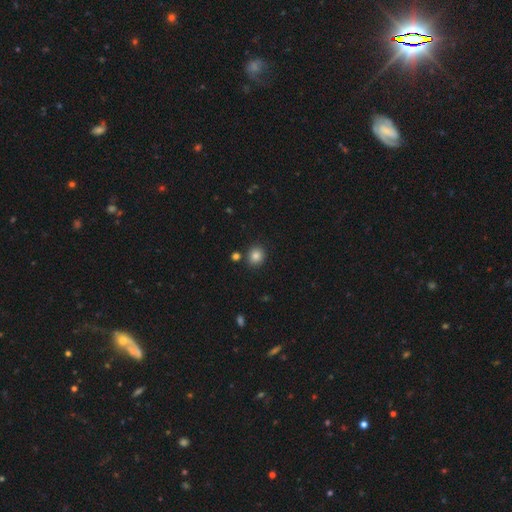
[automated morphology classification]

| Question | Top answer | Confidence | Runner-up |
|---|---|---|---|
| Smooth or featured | smooth | 84% | star or artifact (11%) |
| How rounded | round | 80% | in between (19%) |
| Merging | none | 85% | minor disturbance (8%) |